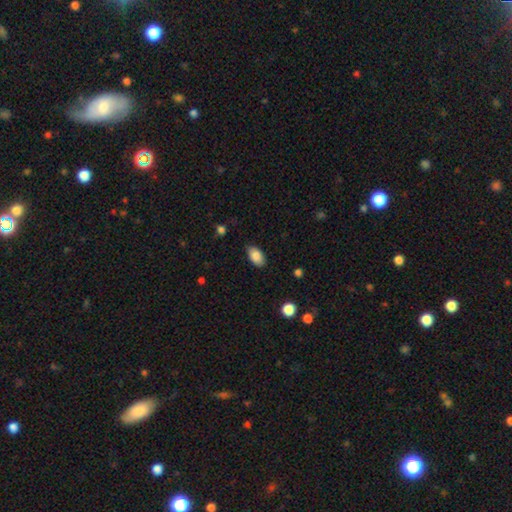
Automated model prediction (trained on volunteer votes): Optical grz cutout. It shows a smooth galaxy with no disk features (87%) that is in between round and cigar-shaped (93%). Merging: none (83%).